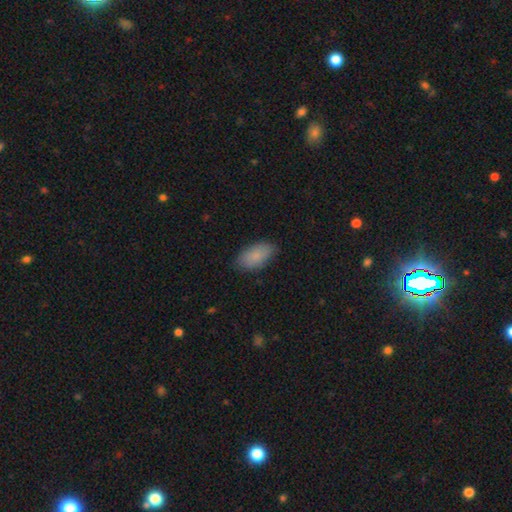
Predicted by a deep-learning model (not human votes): smooth 87%, featured or disk 7%, star or artifact 6%. Down the decision tree: how rounded — in between (94%); merging — none (83%).